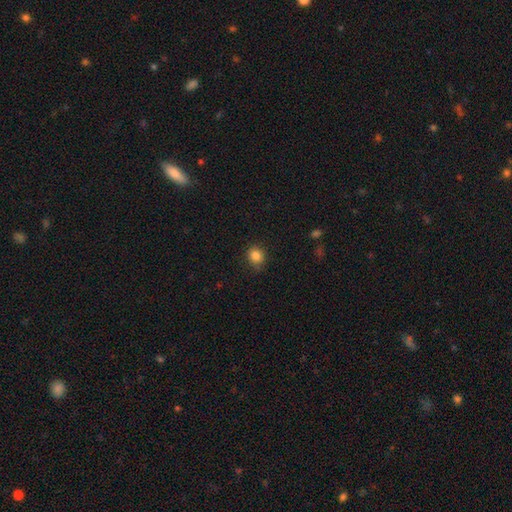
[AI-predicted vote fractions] Q: Smooth or featured?
A: smooth (85%); runner-up: star or artifact (11%)
Q: How rounded?
A: round (76%); runner-up: in between (23%)
Q: Merging?
A: none (82%); runner-up: minor disturbance (14%)